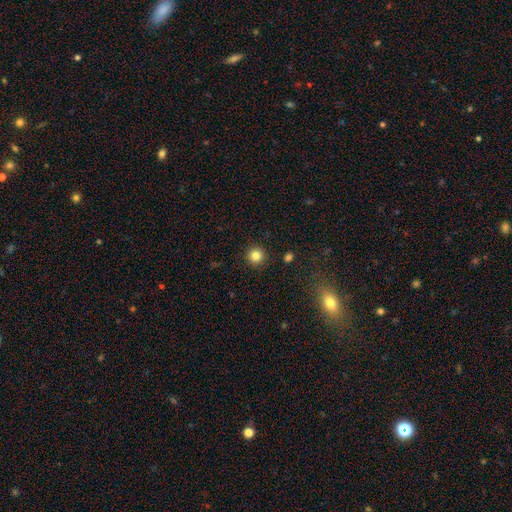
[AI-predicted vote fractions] The model was most divided on "smooth or featured": smooth: 84%, star or artifact: 11%, featured or disk: 5%. More confident: how rounded — round (95%); merging — none (92%).